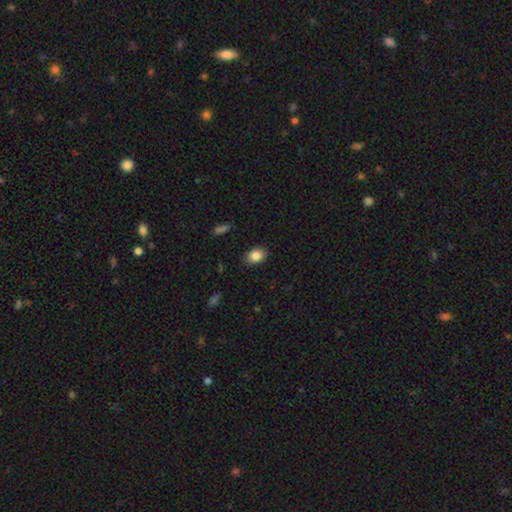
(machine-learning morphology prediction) A smooth galaxy with no disk features (85%) that is in between round and cigar-shaped (75%).

Vote fractions:
- Smooth or featured? smooth: 85% / star or artifact: 8% / featured or disk: 7%
- How rounded? in between: 75% / round: 24% / cigar-shaped: 1%
- Merging? none: 86% / minor disturbance: 10% / major disturbance: 2% / merger: 1%